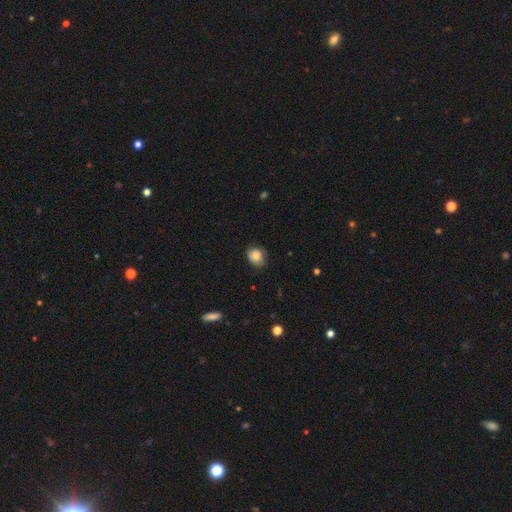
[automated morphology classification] Overall: smooth (78%). How rounded: round (63%; in between 36%). Merging: none (73%).